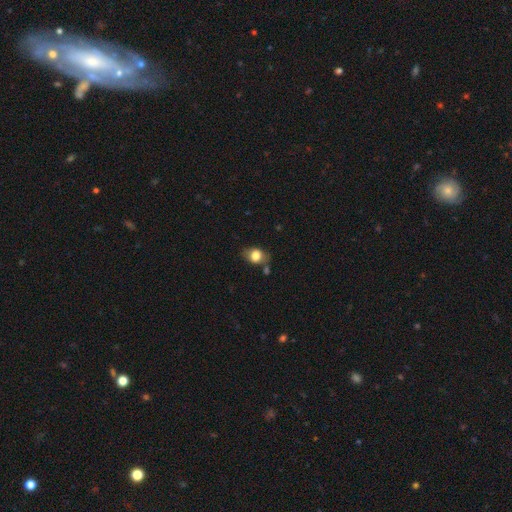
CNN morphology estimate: Q: Smooth or featured?
A: smooth (77%); runner-up: featured or disk (14%)
Q: How rounded?
A: in between (57%); runner-up: round (42%)
Q: Merging?
A: none (64%); runner-up: minor disturbance (21%)